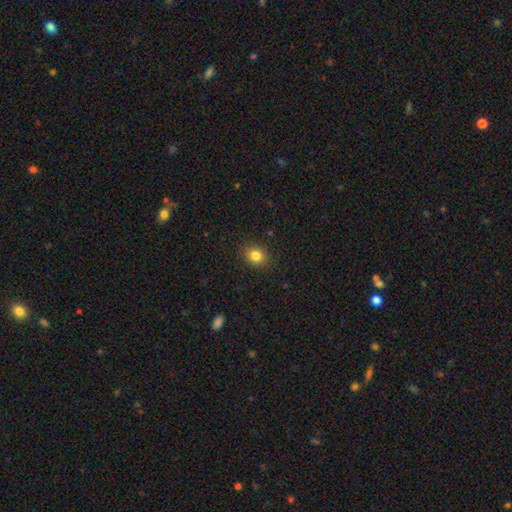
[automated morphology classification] smooth-or-featured: smooth: 83% | star or artifact: 11% | featured or disk: 6%
  how-rounded: round: 68% | in between: 32% | cigar-shaped: 1%
  merging: none: 89% | minor disturbance: 8% | major disturbance: 2% | merger: 1%